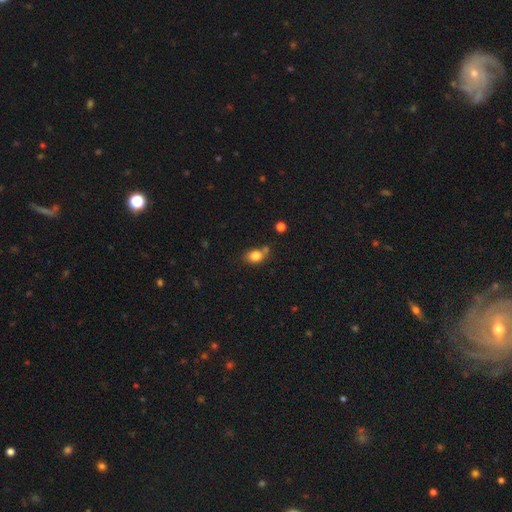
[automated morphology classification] This is clearly a smooth galaxy (82%). How rounded: likely in between (63%). Merging: possibly none (59%).